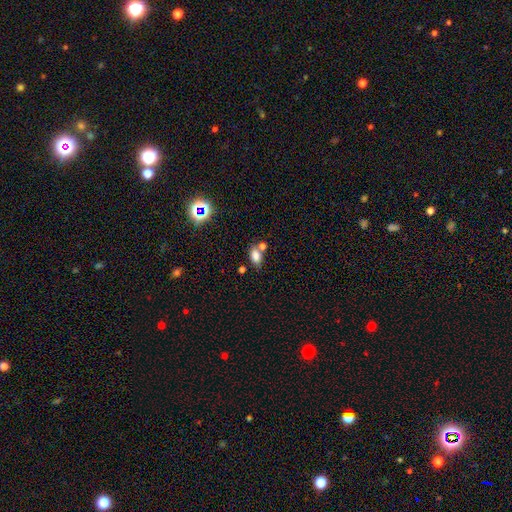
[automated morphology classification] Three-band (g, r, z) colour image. It shows a smooth galaxy with no disk features (79%) that is in between round and cigar-shaped (85%). Merging: none (57%).